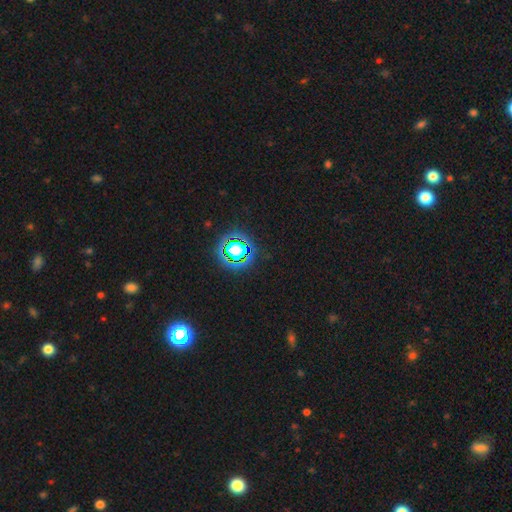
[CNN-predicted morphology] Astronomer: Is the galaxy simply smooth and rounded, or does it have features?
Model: star or artifact — 79%.